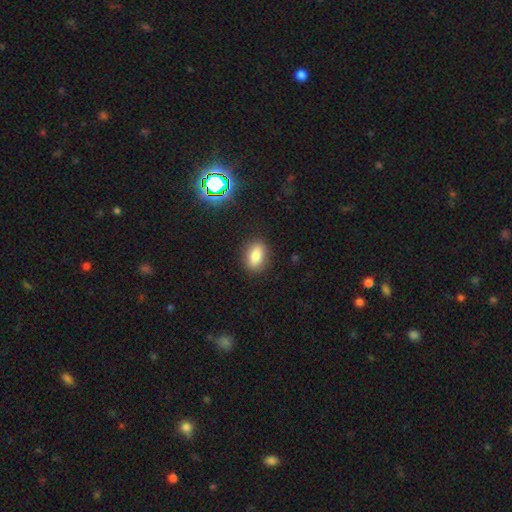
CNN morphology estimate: The model was most divided on "how rounded": in between: 82%, round: 14%, cigar-shaped: 5%. More confident: merging — none (87%); smooth or featured — smooth (81%).